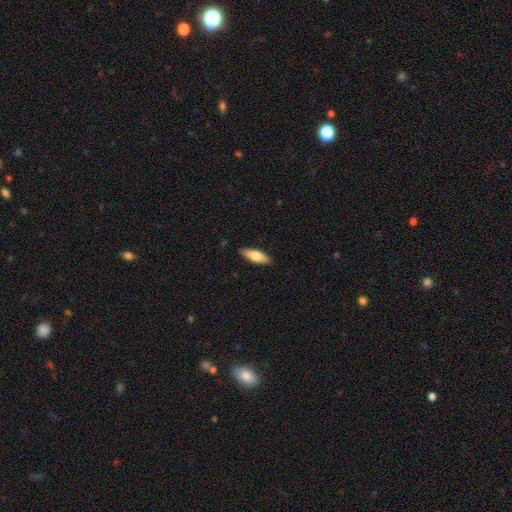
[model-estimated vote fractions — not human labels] This appears to be a smooth galaxy with no disk features (74%) that is in between round and cigar-shaped (60%). Merging: none (88%).